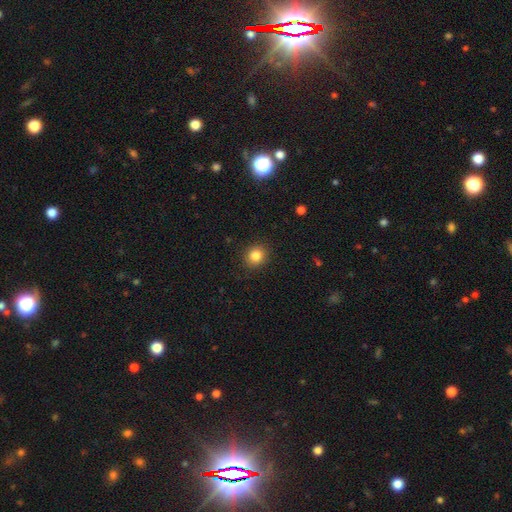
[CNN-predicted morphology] A smooth galaxy with no disk features (82%) that is round (79%).

Vote fractions:
- Smooth or featured? smooth: 82% / star or artifact: 11% / featured or disk: 6%
- How rounded? round: 79% / in between: 20% / cigar-shaped: 1%
- Merging? none: 90% / minor disturbance: 7% / major disturbance: 2% / merger: 1%